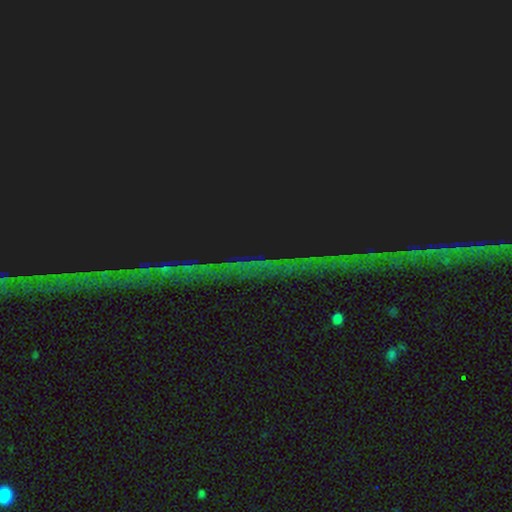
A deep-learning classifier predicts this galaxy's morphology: smooth_or_featured: star or artifact (p=0.86) [alt: featured or disk p=0.08]